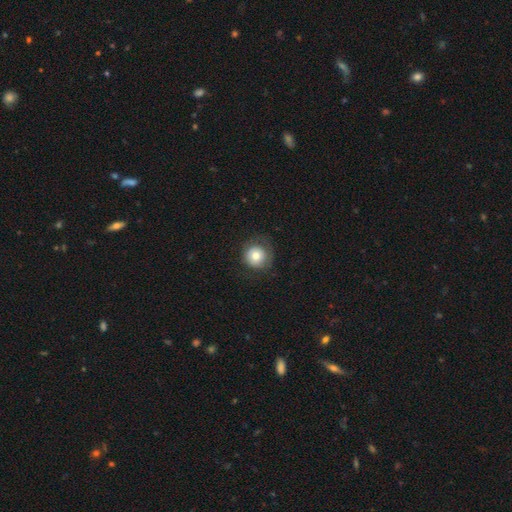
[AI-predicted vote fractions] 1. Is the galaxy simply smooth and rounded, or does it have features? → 74% smooth, 17% featured or disk, 9% star or artifact.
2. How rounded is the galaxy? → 93% round, 6% in between, 1% cigar-shaped.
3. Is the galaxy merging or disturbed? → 76% none, 15% minor disturbance, 8% major disturbance, 1% merger.